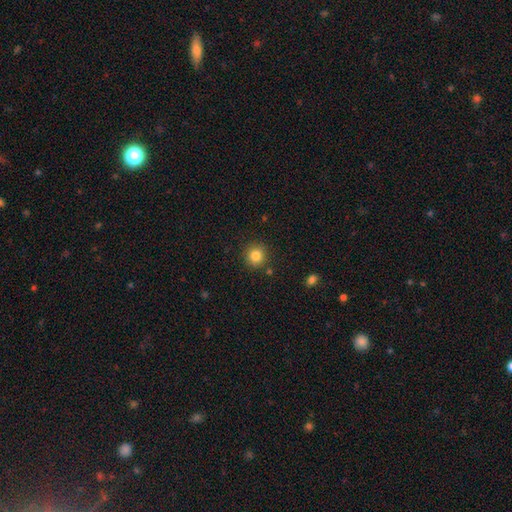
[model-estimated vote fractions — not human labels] smooth_or_featured: smooth (p=0.83) [alt: star or artifact p=0.11]
how_rounded: round (p=0.93) [alt: in between p=0.06]
merging: none (p=0.88) [alt: minor disturbance p=0.07]